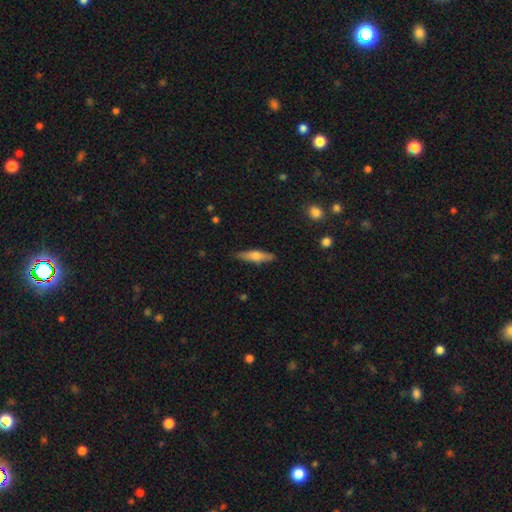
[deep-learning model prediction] This is possibly a smooth galaxy (51%). How rounded: likely cigar-shaped (75%). Merging: clearly none (87%).